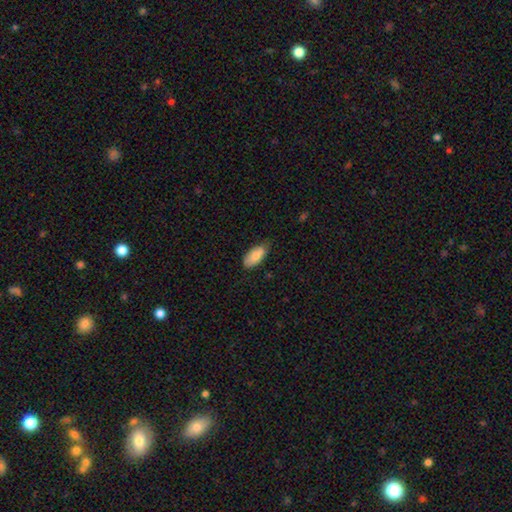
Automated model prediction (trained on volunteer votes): Overall: smooth (82%). How rounded: in between (91%). Merging: none (68%).